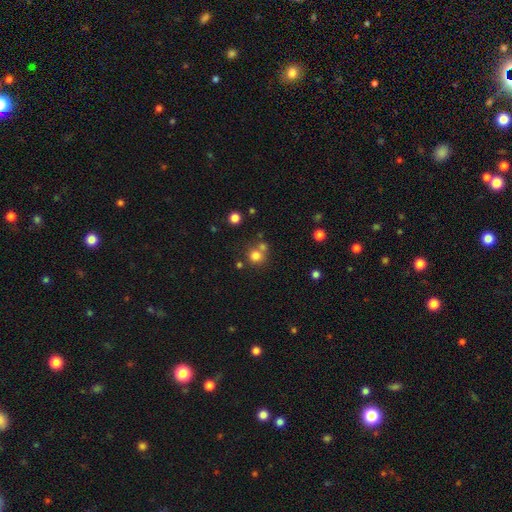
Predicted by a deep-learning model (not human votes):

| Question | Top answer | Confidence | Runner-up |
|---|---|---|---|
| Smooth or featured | smooth | 77% | star or artifact (15%) |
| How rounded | round | 90% | in between (9%) |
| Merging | none | 61% | merger (27%) |